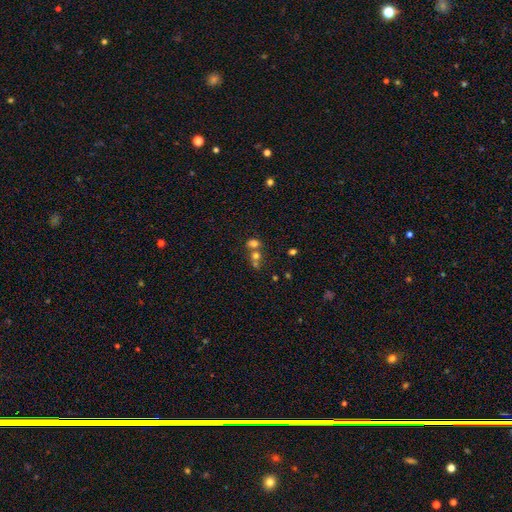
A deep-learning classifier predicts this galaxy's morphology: Smooth or featured: smooth — 52% (star or artifact — 30%)
How rounded: round — 63% (in between — 34%)
Merging: merger — 49% (none — 38%)